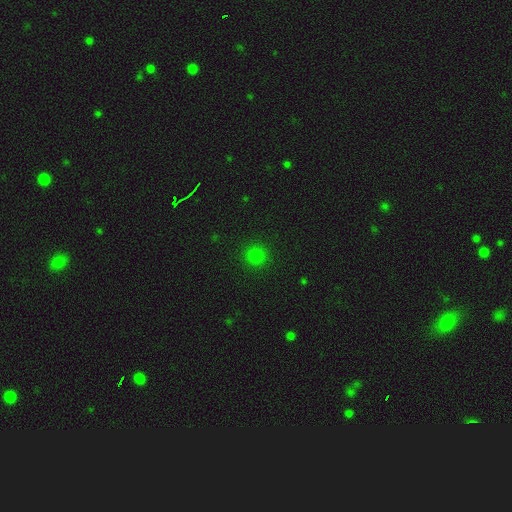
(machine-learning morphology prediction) Smooth or featured? Predicted: smooth (p=0.78). How rounded? Predicted: round (p=0.93). Merging? Predicted: none (p=0.91).